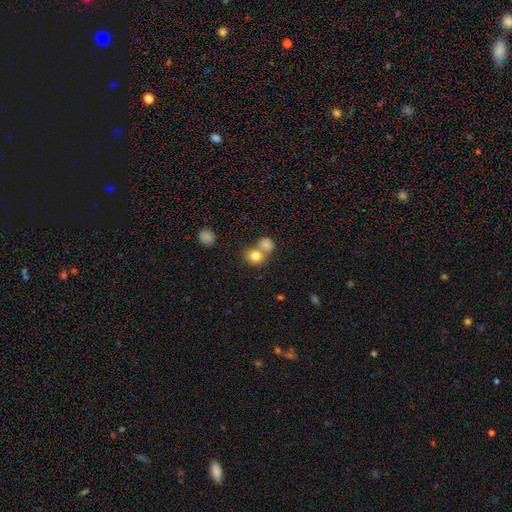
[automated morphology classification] A smooth galaxy with no disk features (80%) that is round (80%).

Vote fractions:
- Smooth or featured? smooth: 80% / star or artifact: 11% / featured or disk: 9%
- How rounded? round: 80% / in between: 19% / cigar-shaped: 1%
- Merging? none: 45% / merger: 44% / minor disturbance: 7% / major disturbance: 3%